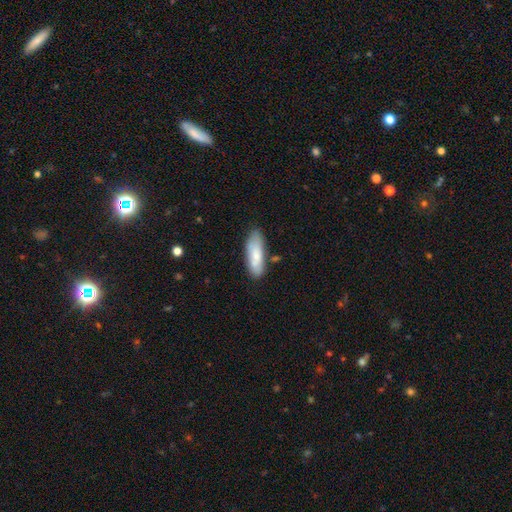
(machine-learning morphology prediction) Q: Smooth or featured?
A: smooth (71%); runner-up: featured or disk (23%)
Q: How rounded?
A: in between (64%); runner-up: cigar-shaped (34%)
Q: Merging?
A: none (70%); runner-up: minor disturbance (20%)